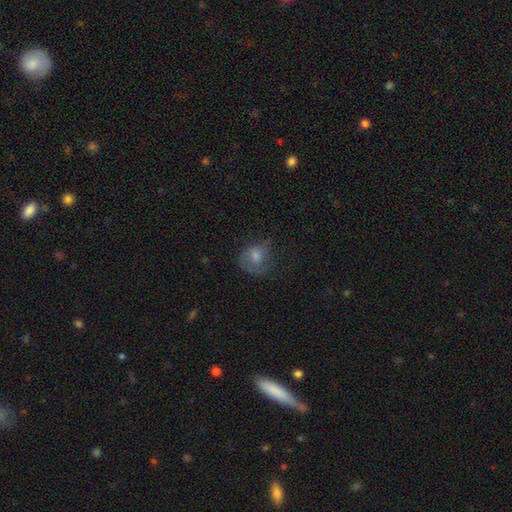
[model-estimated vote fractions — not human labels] Smooth or featured?
  - smooth: 47% *
  - featured or disk: 39%
  - star or artifact: 14%
Merging?
  - none: 54% *
  - minor disturbance: 25%
  - major disturbance: 20%
  - merger: 2%